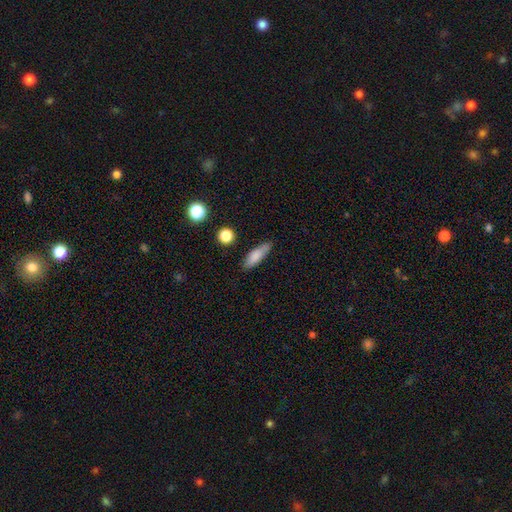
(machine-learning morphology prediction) Smooth or featured?
  - smooth: 80% *
  - featured or disk: 12%
  - star or artifact: 8%
How rounded?
  - cigar-shaped: 53% *
  - in between: 44%
  - round: 3%
Merging?
  - none: 75% *
  - minor disturbance: 18%
  - major disturbance: 4%
  - merger: 3%